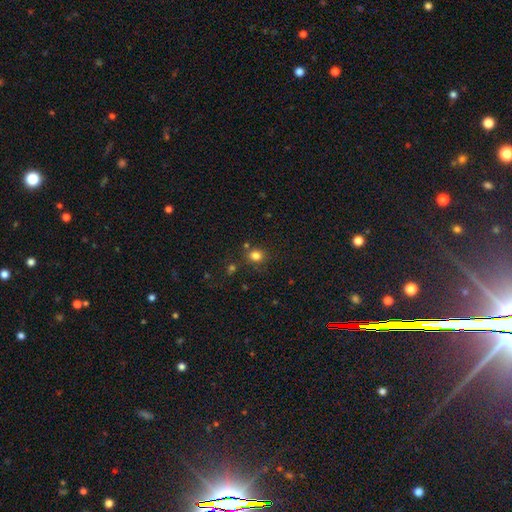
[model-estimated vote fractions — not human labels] Smooth or featured? Predicted: smooth (p=0.81). How rounded? Predicted: round (p=0.68). Merging? Predicted: none (p=0.75).